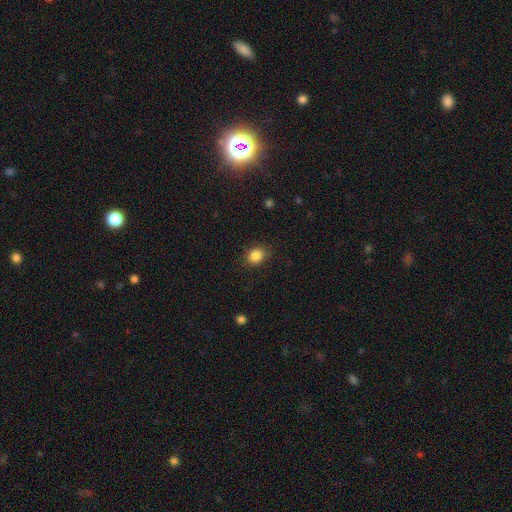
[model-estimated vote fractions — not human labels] Overall: smooth (86%). How rounded: round (57%; in between 42%). Merging: none (85%).